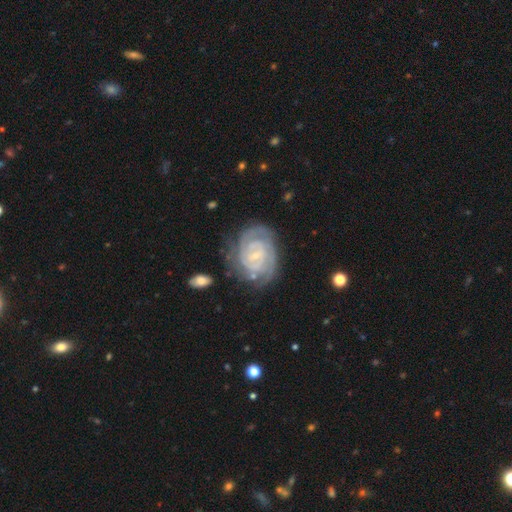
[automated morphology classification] smooth_or_featured: featured or disk (p=0.86) [alt: smooth p=0.08]
disk_edge_on: no (p=0.98) [alt: yes p=0.02]
bar: weak (p=0.45) [alt: no p=0.41]
has_spiral_arms: yes (p=0.96) [alt: no p=0.04]
spiral_winding: tight (p=0.75) [alt: medium p=0.21]
spiral_arm_count: 2 (p=0.37) [alt: can't tell p=0.26]
bulge_size: small (p=0.78) [alt: moderate p=0.13]
merging: none (p=0.71) [alt: minor disturbance p=0.18]